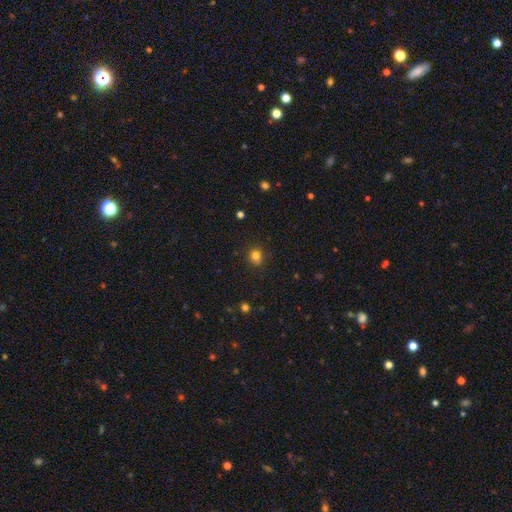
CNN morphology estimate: smooth-or-featured: smooth: 81% | star or artifact: 14% | featured or disk: 5%
  how-rounded: round: 83% | in between: 16% | cigar-shaped: 1%
  merging: none: 84% | minor disturbance: 11% | major disturbance: 3% | merger: 2%